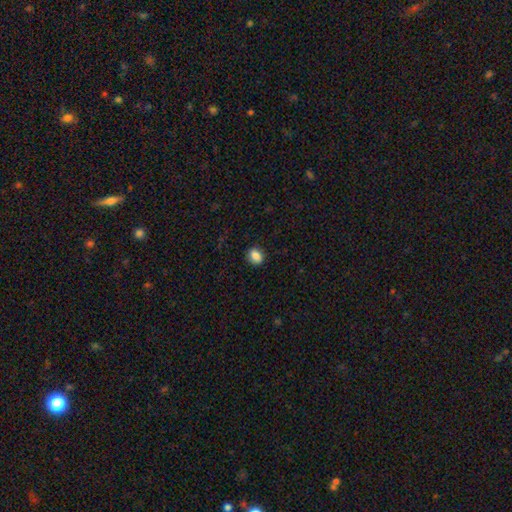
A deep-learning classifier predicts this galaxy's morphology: This is clearly a smooth galaxy (85%). How rounded: possibly round (54%). Merging: clearly none (87%).